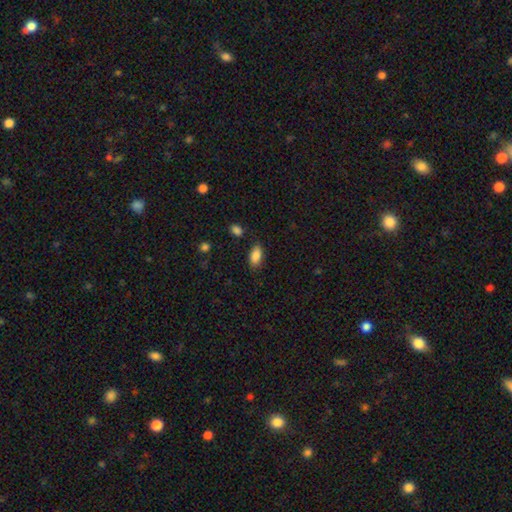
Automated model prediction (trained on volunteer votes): Morphology: type=smooth (87%); roundness=in between (90%); merging=none (82%).